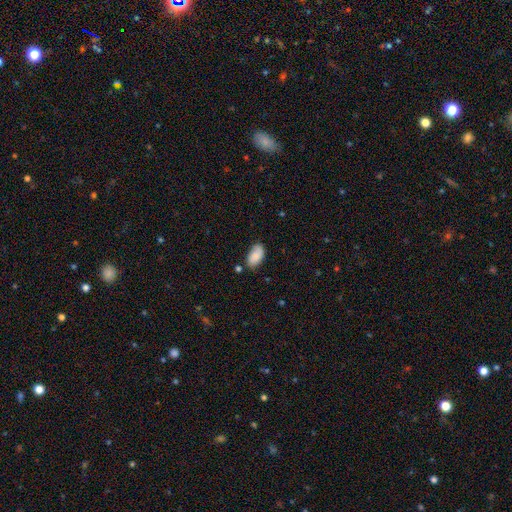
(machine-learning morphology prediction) A smooth galaxy with no disk features (83%) that is in between round and cigar-shaped (94%). Merging: none (70%).